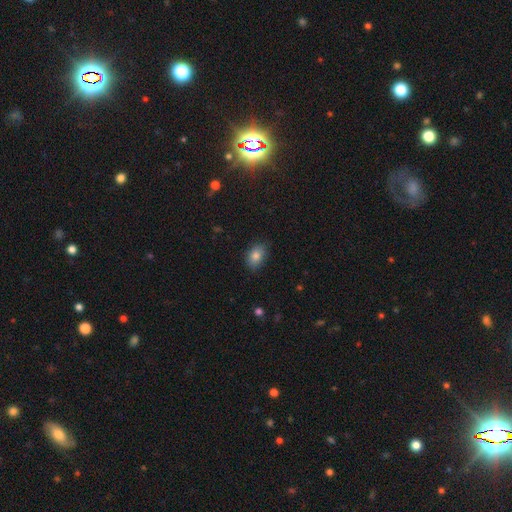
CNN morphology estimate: Overall: smooth (83%). How rounded: in between (80%). Merging: none (84%).